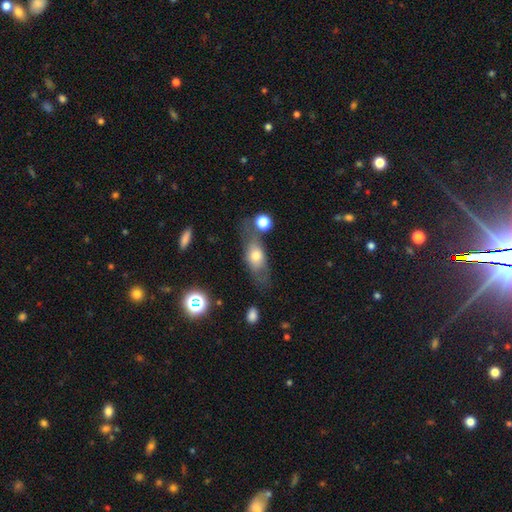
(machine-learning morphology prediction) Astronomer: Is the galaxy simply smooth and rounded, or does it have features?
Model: smooth — 59%.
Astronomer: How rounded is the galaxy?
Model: in between — 67%.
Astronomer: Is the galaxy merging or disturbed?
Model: none — 54%.